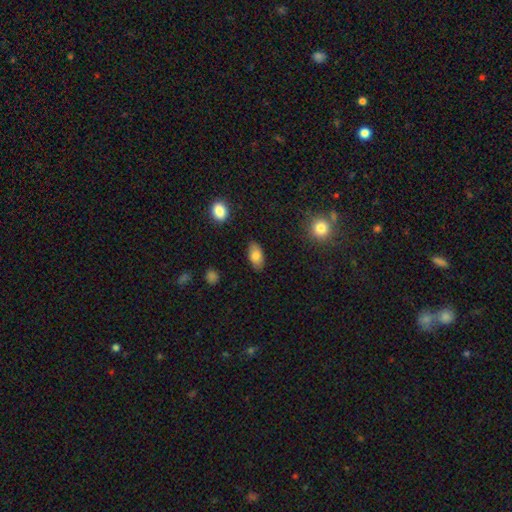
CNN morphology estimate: smooth_or_featured: smooth (p=0.82) [alt: featured or disk p=0.10]
how_rounded: in between (p=0.92) [alt: cigar-shaped p=0.04]
merging: none (p=0.84) [alt: minor disturbance p=0.12]